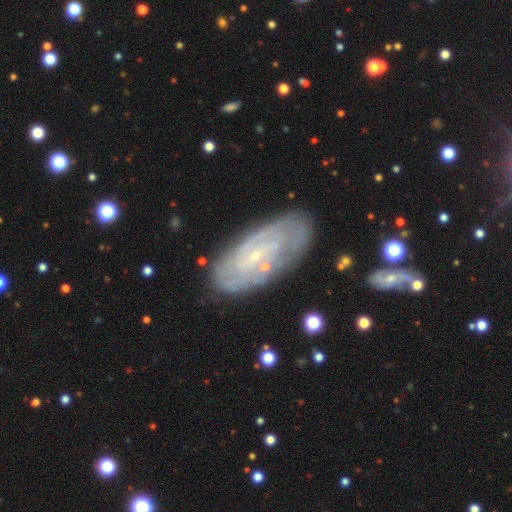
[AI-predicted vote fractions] Smooth or featured?
  - featured or disk: 72% *
  - smooth: 20%
  - star or artifact: 7%
Edge-on disk?
  - no: 91% *
  - yes: 9%
Bar?
  - weak: 43% *
  - no: 41%
  - strong: 16%
Spiral arms?
  - yes: 81% *
  - no: 19%
Spiral winding?
  - tight: 62% *
  - medium: 27%
  - loose: 11%
Spiral arm count?
  - can't tell: 50% *
  - 2: 29%
  - 3: 8%
  - 4: 5%
  - 1: 4%
  - more than 4: 4%
Bulge size?
  - small: 80% *
  - moderate: 9%
  - none: 8%
  - large: 1%
  - dominant: 1%
Merging?
  - none: 76% *
  - minor disturbance: 16%
  - major disturbance: 5%
  - merger: 3%